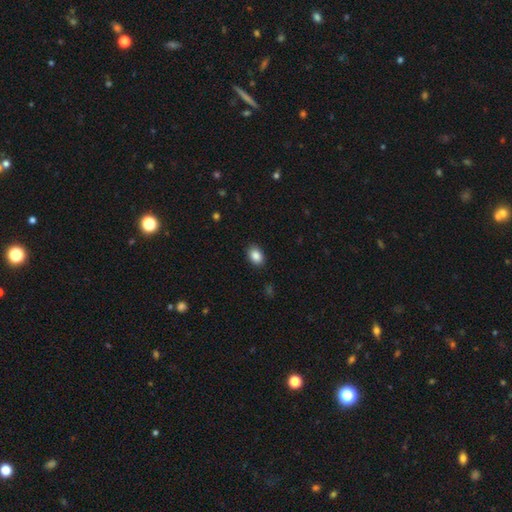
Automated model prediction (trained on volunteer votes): A smooth galaxy with no disk features (88%) that is in between round and cigar-shaped (79%).

Vote fractions:
- Smooth or featured? smooth: 88% / star or artifact: 8% / featured or disk: 4%
- How rounded? in between: 79% / round: 20% / cigar-shaped: 1%
- Merging? none: 89% / minor disturbance: 8% / major disturbance: 2% / merger: 1%